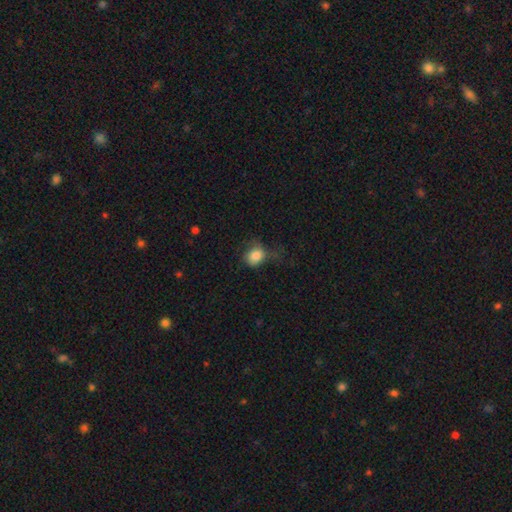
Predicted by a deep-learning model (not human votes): Smooth or featured: smooth — 83% (star or artifact — 9%)
How rounded: round — 56% (in between — 43%)
Merging: none — 46% (minor disturbance — 31%)